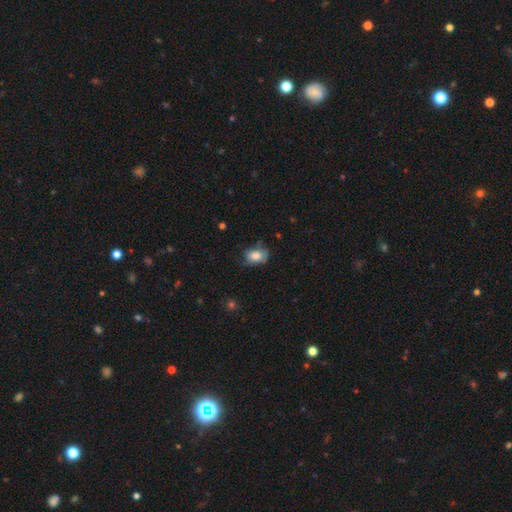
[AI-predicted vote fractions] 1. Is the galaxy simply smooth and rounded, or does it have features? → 78% smooth, 13% featured or disk, 9% star or artifact.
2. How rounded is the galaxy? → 73% in between, 26% round, 1% cigar-shaped.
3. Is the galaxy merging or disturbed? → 58% none, 31% minor disturbance, 9% major disturbance, 2% merger.